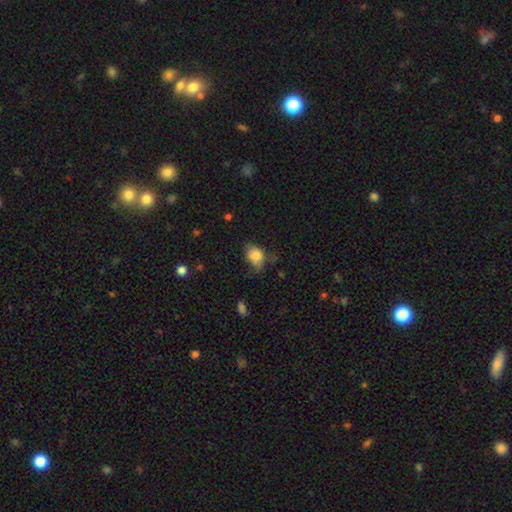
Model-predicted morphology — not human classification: The model was most divided on "merging": none: 47%, minor disturbance: 38%, major disturbance: 12%, merger: 3%. More confident: smooth or featured — smooth (81%); how rounded — in between (61%).